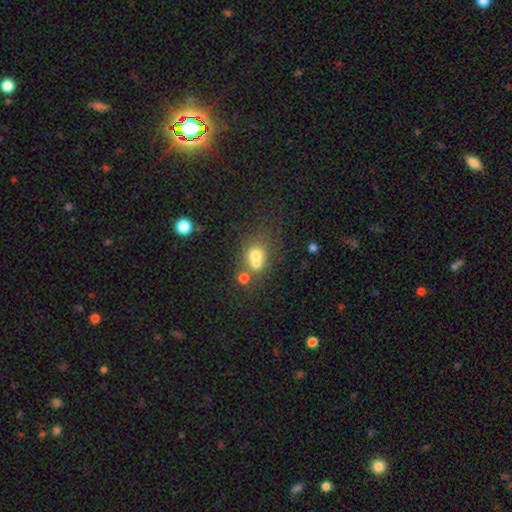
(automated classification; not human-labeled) Smooth or featured? smooth (65%)
How rounded? round (73%)
Merging? merger (56%)